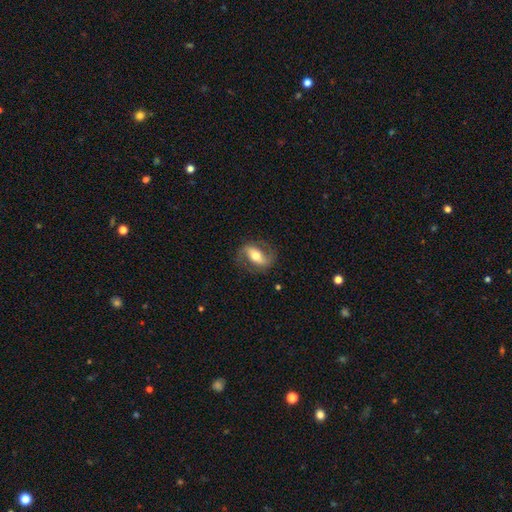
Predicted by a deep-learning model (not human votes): Morphology: type=featured or disk (71%); edge-on=no (89%); bar=strong (49%); spiral arms=yes (84%); winding=loose (40%, tied with medium); arm count=2 (88%); bulge=moderate (69%); merging=none (76%).